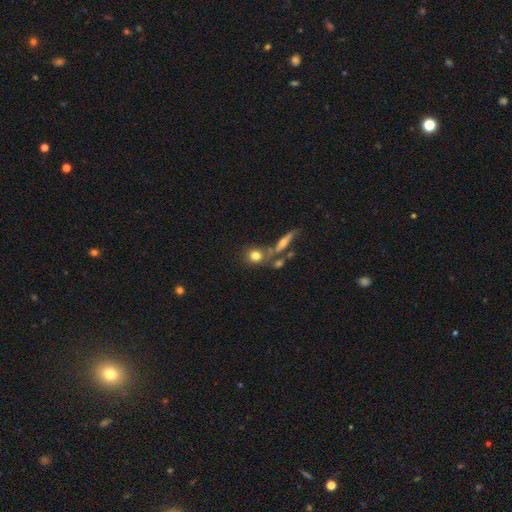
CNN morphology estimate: Smooth or featured?
  - smooth: 74% *
  - featured or disk: 15%
  - star or artifact: 11%
How rounded?
  - round: 77% *
  - in between: 18%
  - cigar-shaped: 5%
Merging?
  - none: 59% *
  - merger: 24%
  - minor disturbance: 12%
  - major disturbance: 5%